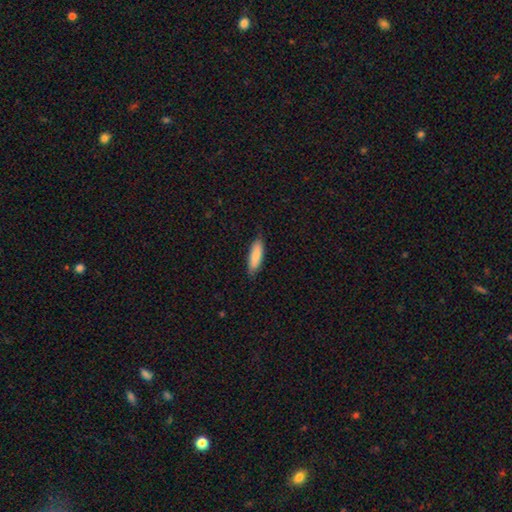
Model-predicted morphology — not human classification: Smooth or featured: smooth — 87% (featured or disk — 8%)
How rounded: cigar-shaped — 53% (in between — 46%)
Merging: none — 85% (minor disturbance — 12%)